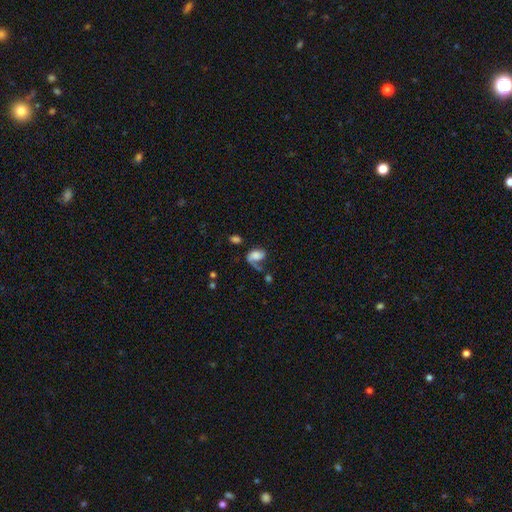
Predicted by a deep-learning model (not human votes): Smooth or featured? featured or disk (49%)
Merging? major disturbance (38%)